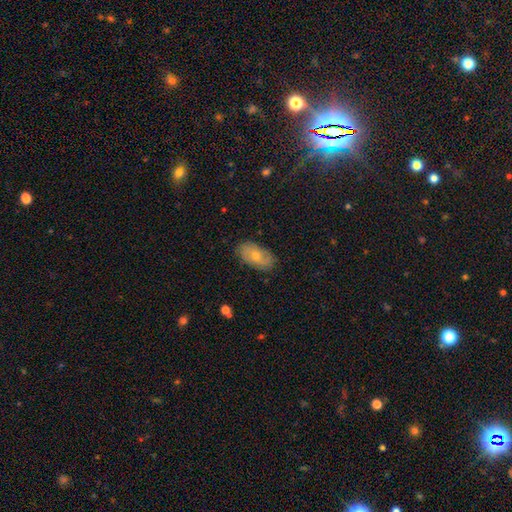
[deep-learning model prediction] Smooth or featured?
  - smooth: 44% *
  - featured or disk: 43%
  - star or artifact: 13%
Merging?
  - none: 84% *
  - minor disturbance: 12%
  - major disturbance: 3%
  - merger: 1%